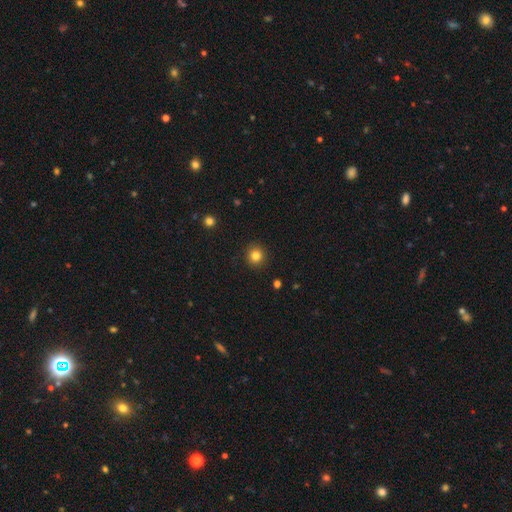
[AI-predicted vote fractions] The model was most divided on "smooth or featured": smooth: 83%, star or artifact: 12%, featured or disk: 5%. More confident: how rounded — round (92%); merging — none (92%).